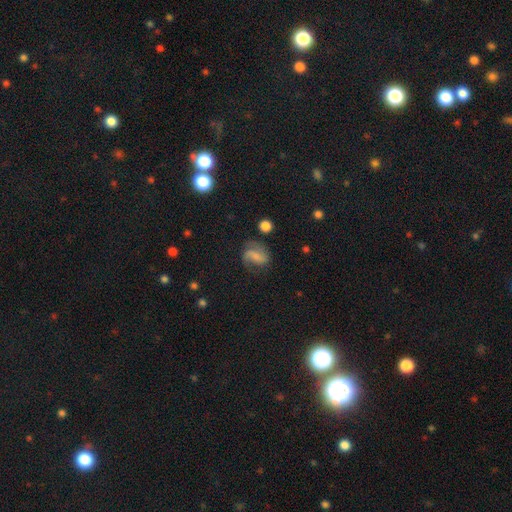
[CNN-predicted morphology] Q: Smooth or featured?
A: featured or disk (48%); runner-up: smooth (41%)
Q: Merging?
A: none (54%); runner-up: minor disturbance (23%)